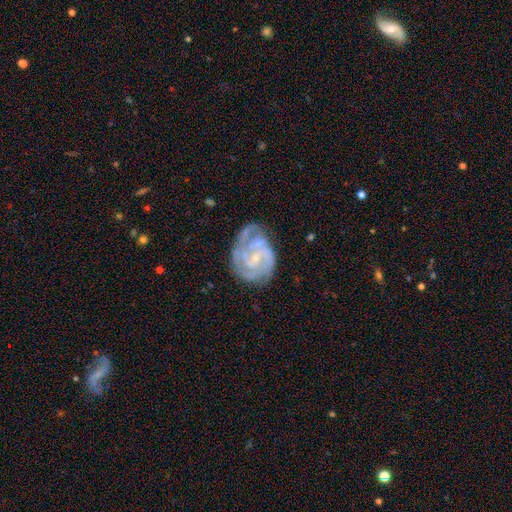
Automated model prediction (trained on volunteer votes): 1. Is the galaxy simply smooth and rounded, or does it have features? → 86% featured or disk, 8% smooth, 6% star or artifact.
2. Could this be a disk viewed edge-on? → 98% no, 2% yes.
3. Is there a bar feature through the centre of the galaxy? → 60% no, 33% weak, 8% strong.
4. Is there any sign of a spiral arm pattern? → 94% yes, 6% no.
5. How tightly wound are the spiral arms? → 61% tight, 33% medium, 7% loose.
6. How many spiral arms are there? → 31% 3, 26% 2, 22% can't tell, 10% 4, 5% 1, 5% more than 4.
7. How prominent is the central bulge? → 74% small, 20% moderate, 4% none, 1% large, 1% dominant.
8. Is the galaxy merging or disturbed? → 54% none, 27% minor disturbance, 14% major disturbance, 5% merger.